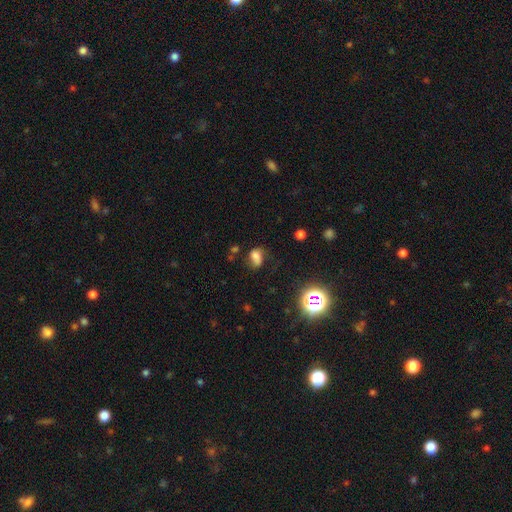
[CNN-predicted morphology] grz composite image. It shows a smooth galaxy with no disk features (64%) that is in between round and cigar-shaped (73%). Merging: none (47%).